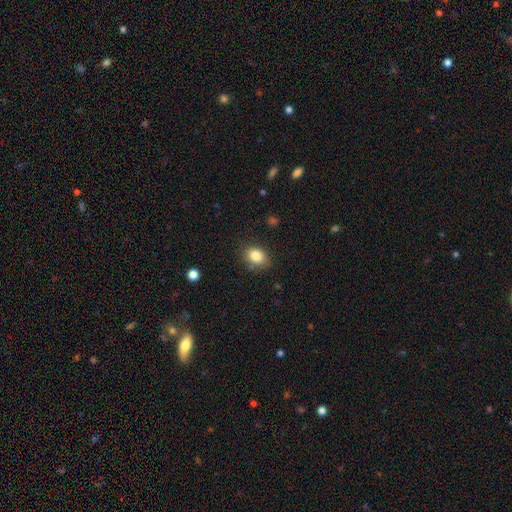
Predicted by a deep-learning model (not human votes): This appears to be a smooth galaxy with no disk features (84%) that is in between round and cigar-shaped (65%). Merging: none (81%).